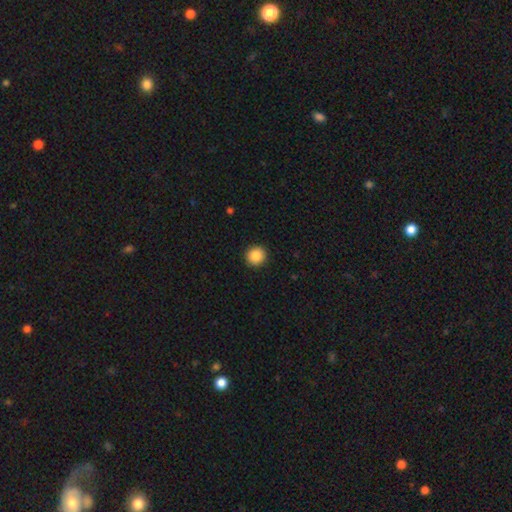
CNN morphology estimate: Q: Smooth or featured?
A: smooth (87%); runner-up: star or artifact (9%)
Q: How rounded?
A: round (93%); runner-up: in between (6%)
Q: Merging?
A: none (93%); runner-up: minor disturbance (5%)